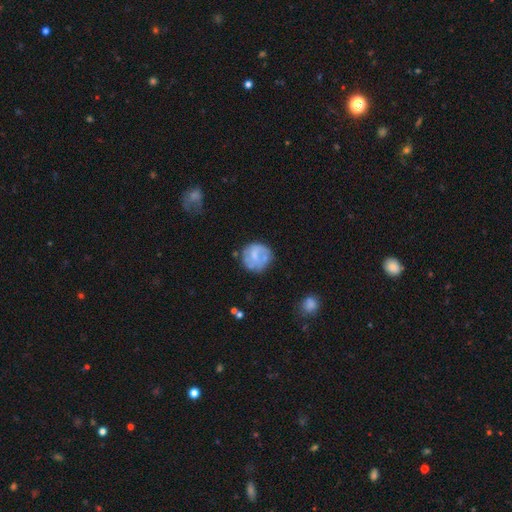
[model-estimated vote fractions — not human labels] A smooth galaxy with no disk features (47%).

Vote fractions:
- Smooth or featured? smooth: 47% / featured or disk: 46% / star or artifact: 7%
- Merging? none: 65% / minor disturbance: 20% / major disturbance: 10% / merger: 5%